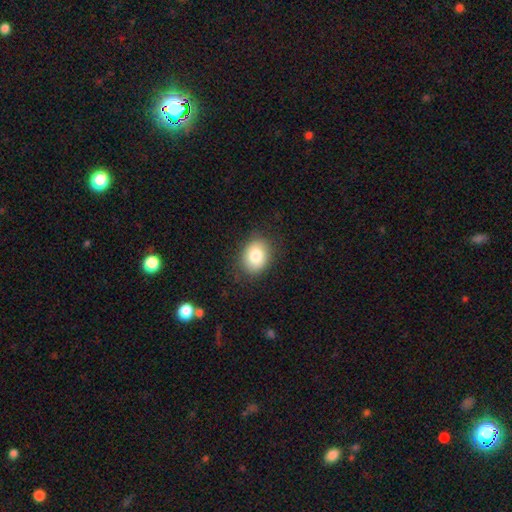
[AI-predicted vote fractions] A smooth galaxy with no disk features (83%) that is in between round and cigar-shaped (58%). Merging: none (83%).